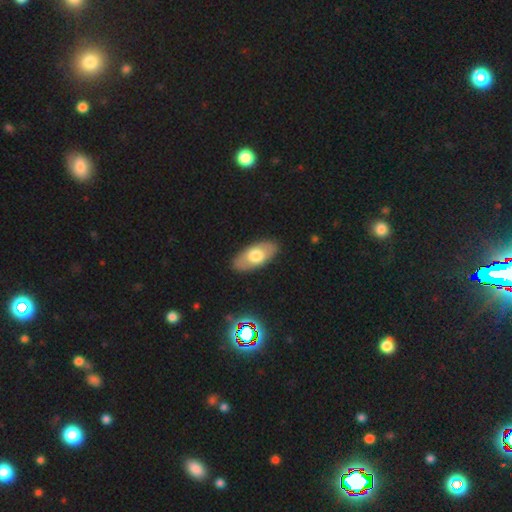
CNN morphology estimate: This is likely a smooth galaxy (62%). How rounded: clearly in between (90%). Merging: clearly none (88%).